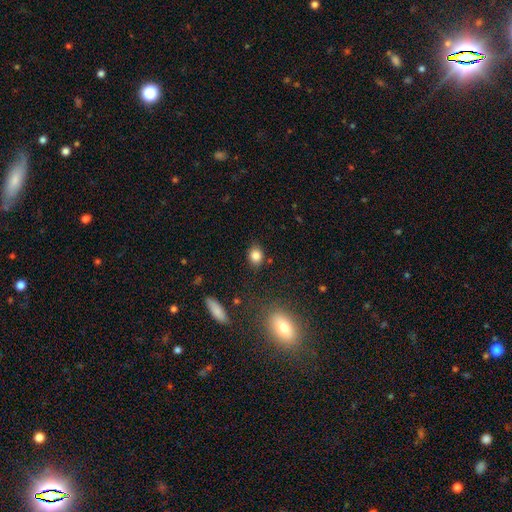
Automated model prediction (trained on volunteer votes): This is clearly a smooth galaxy (84%). How rounded: possibly round (58%). Merging: clearly none (83%).